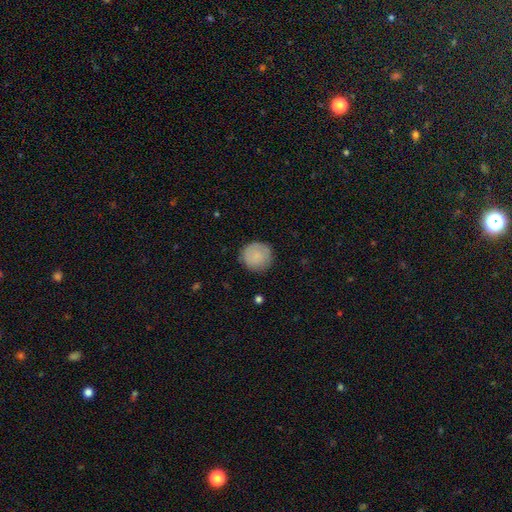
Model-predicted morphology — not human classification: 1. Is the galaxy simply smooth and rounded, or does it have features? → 83% smooth, 11% featured or disk, 6% star or artifact.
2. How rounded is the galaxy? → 94% round, 5% in between, 1% cigar-shaped.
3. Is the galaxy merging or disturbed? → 85% none, 11% minor disturbance, 3% major disturbance, 1% merger.